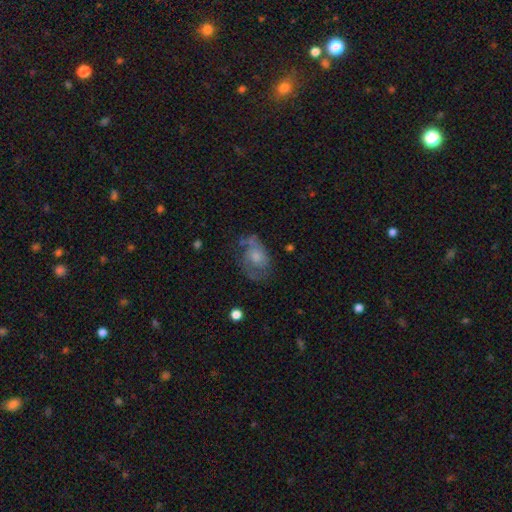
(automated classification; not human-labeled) Smooth or featured: featured or disk — 56% (smooth — 34%)
Edge-on disk: no — 96% (yes — 4%)
Bar: no — 77% (weak — 20%)
Spiral arms: yes — 71% (no — 29%)
Bulge size: moderate — 46% (small — 35%)
Merging: none — 47% (minor disturbance — 27%)